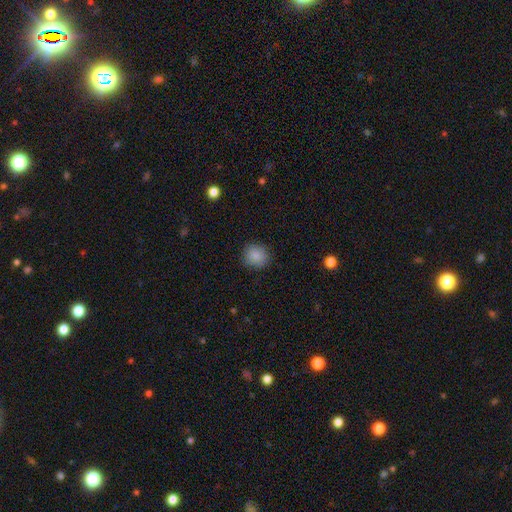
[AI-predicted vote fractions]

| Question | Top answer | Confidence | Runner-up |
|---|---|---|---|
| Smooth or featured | smooth | 87% | star or artifact (9%) |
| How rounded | round | 86% | in between (13%) |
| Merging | none | 86% | minor disturbance (10%) |